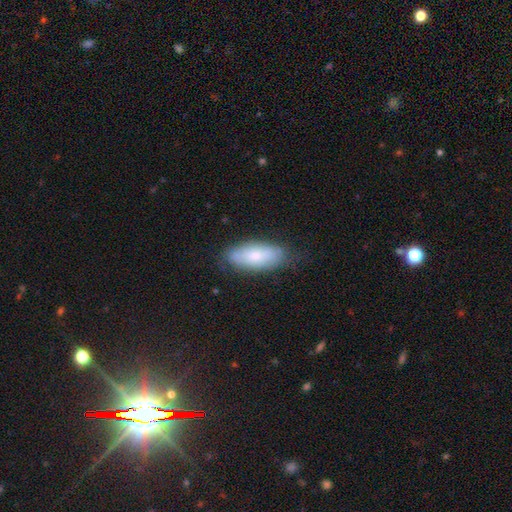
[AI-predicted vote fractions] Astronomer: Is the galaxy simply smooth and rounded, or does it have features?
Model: smooth — 72%.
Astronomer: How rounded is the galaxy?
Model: in between — 81%.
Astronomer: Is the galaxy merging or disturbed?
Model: none — 75%.